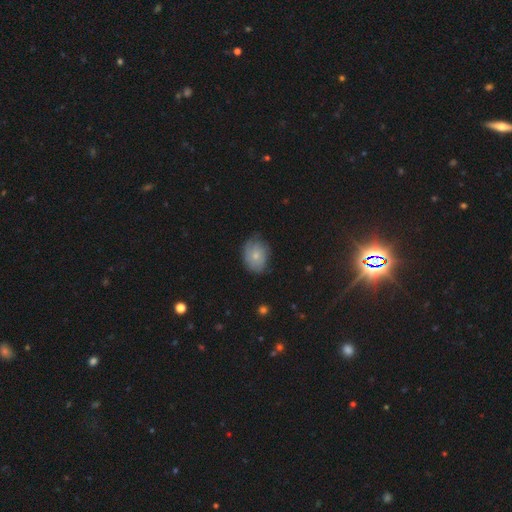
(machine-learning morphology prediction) A smooth galaxy with no disk features (63%) that is in between round and cigar-shaped (60%). Merging: none (63%).